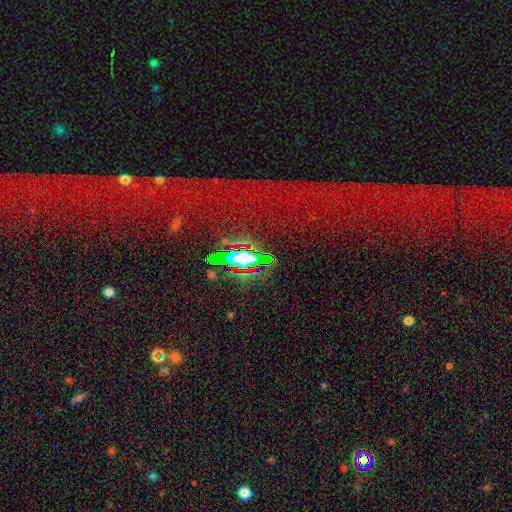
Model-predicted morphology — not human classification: Q: Smooth or featured?
A: star or artifact (76%); runner-up: featured or disk (12%)